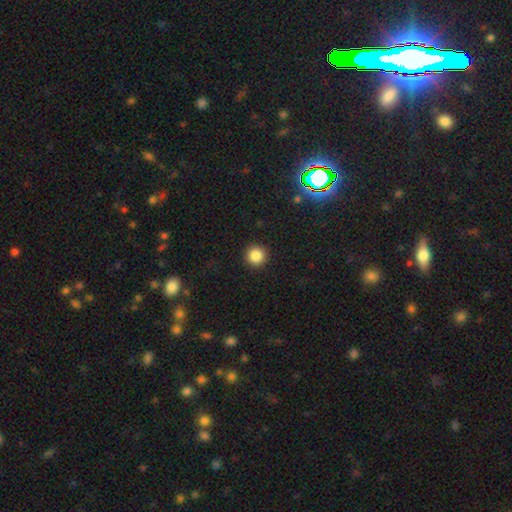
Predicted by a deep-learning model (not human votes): The model was most divided on "smooth or featured": smooth: 85%, star or artifact: 11%, featured or disk: 4%. More confident: how rounded — round (96%); merging — none (92%).